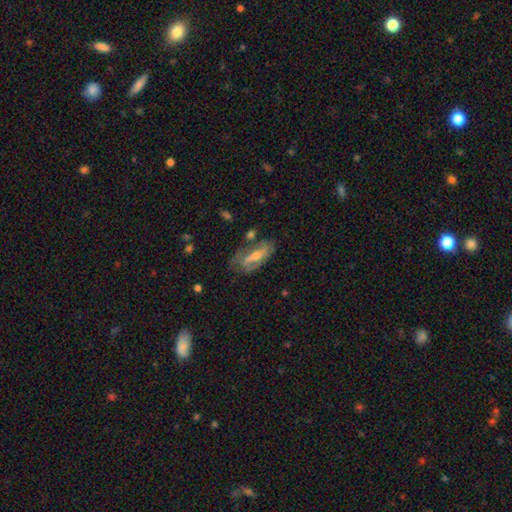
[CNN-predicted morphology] Smooth or featured? Predicted: featured or disk (p=0.60). Edge-on disk? Predicted: no (p=0.80). Merging? Predicted: none (p=0.53).